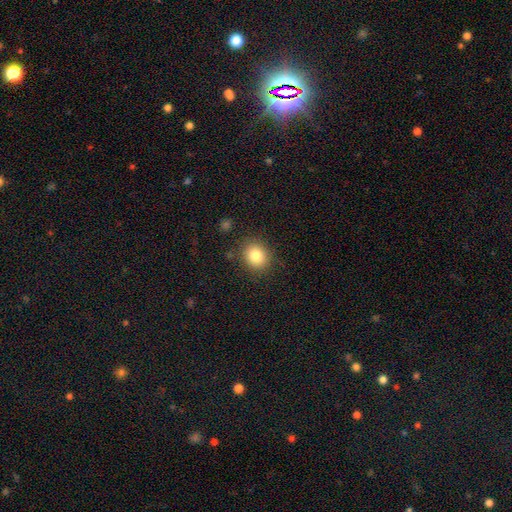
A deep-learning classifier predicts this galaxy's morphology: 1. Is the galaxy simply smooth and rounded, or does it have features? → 82% smooth, 11% star or artifact, 8% featured or disk.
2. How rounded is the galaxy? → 74% round, 25% in between, 1% cigar-shaped.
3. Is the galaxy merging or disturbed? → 87% none, 9% minor disturbance, 3% major disturbance, 2% merger.